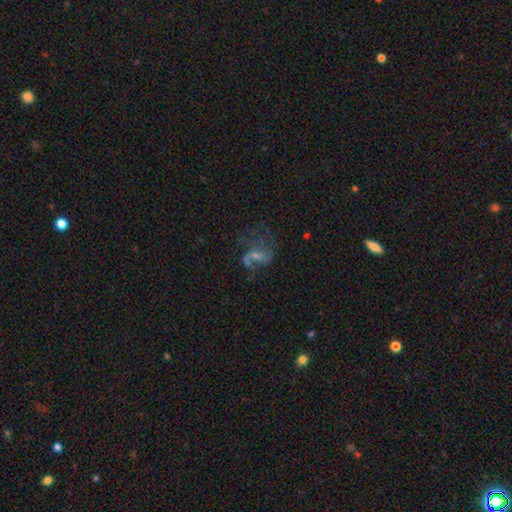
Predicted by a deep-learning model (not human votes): Overall: featured or disk (63%). Edge-on disk: no (97%). Bar: no (49%; weak 39%). Spiral arms: yes (68%; no 32%). Bulge size: small (48%; moderate 25%). Merging: major disturbance (43%; none 34%).